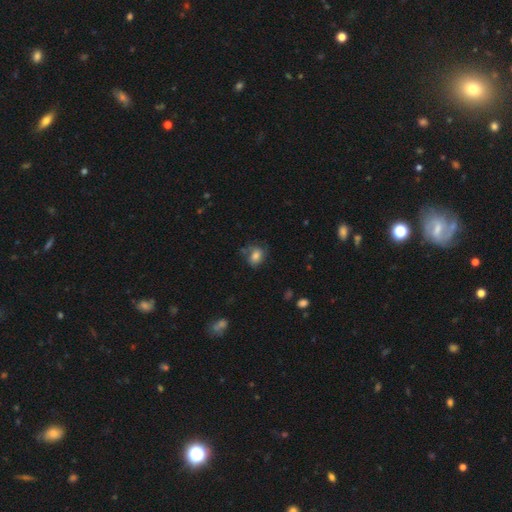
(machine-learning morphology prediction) Smooth or featured? Predicted: smooth (p=0.68). How rounded? Predicted: in between (p=0.58). Merging? Predicted: none (p=0.55).